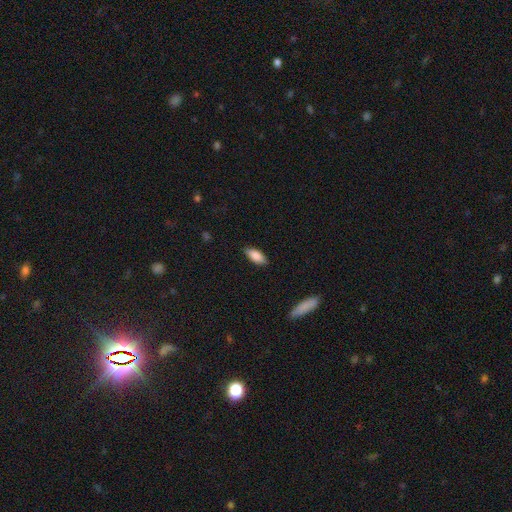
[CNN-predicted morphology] This is clearly a smooth galaxy (84%). How rounded: likely in between (79%). Merging: clearly none (87%).